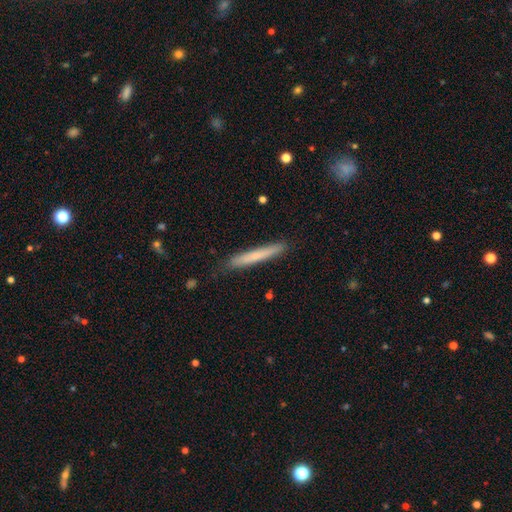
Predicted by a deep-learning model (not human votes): Smooth or featured: smooth — 69% (featured or disk — 25%)
How rounded: cigar-shaped — 96% (in between — 3%)
Merging: none — 86% (minor disturbance — 11%)